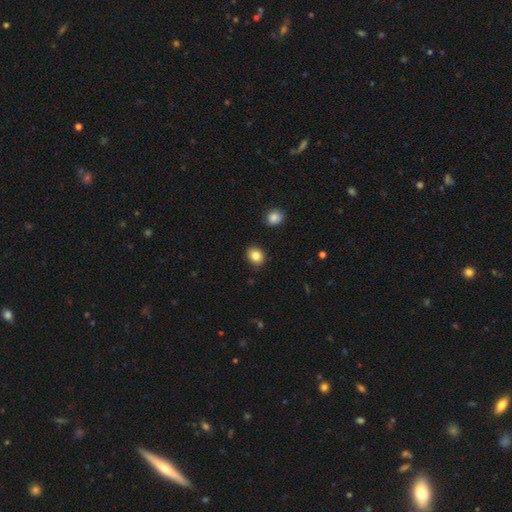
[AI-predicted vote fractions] This is clearly a smooth galaxy (83%). How rounded: likely round (69%). Merging: clearly none (88%).